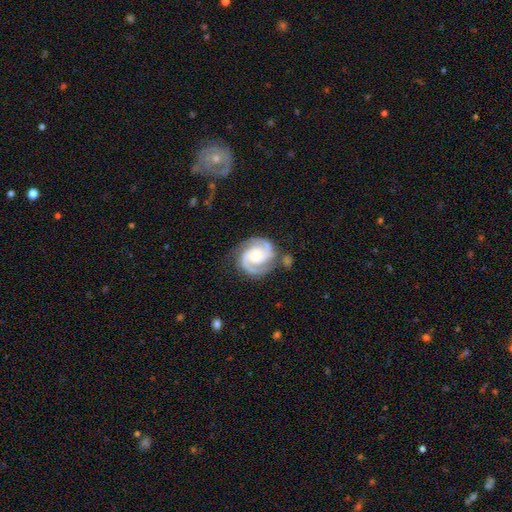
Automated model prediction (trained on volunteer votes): featured or disk 91%, smooth 5%, star or artifact 4%. Down the decision tree: edge-on disk — no (98%); bar — no (61%); spiral arms — yes (98%); spiral arm count — 2 (89%); spiral winding — tight (51%); bulge size — moderate (58%); merging — none (79%).